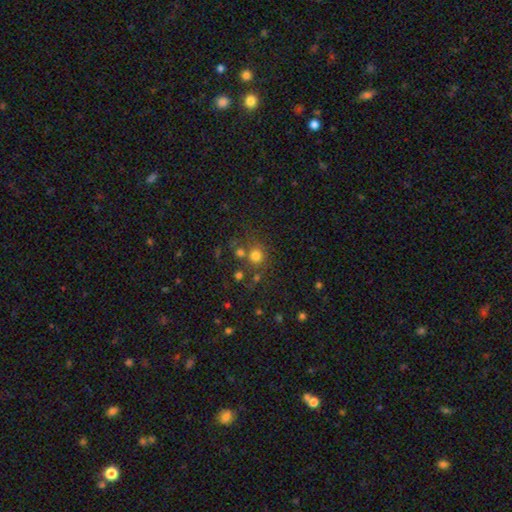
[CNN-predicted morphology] Q: Smooth or featured?
A: smooth (73%); runner-up: star or artifact (18%)
Q: How rounded?
A: round (89%); runner-up: in between (10%)
Q: Merging?
A: none (65%); runner-up: merger (19%)